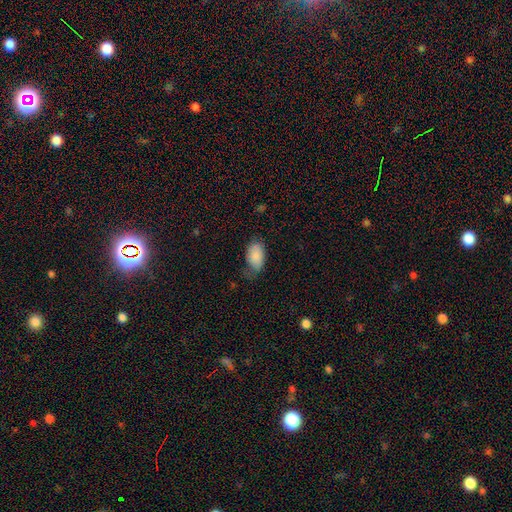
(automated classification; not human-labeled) Smooth or featured? smooth (86%)
How rounded? in between (94%)
Merging? none (54%)